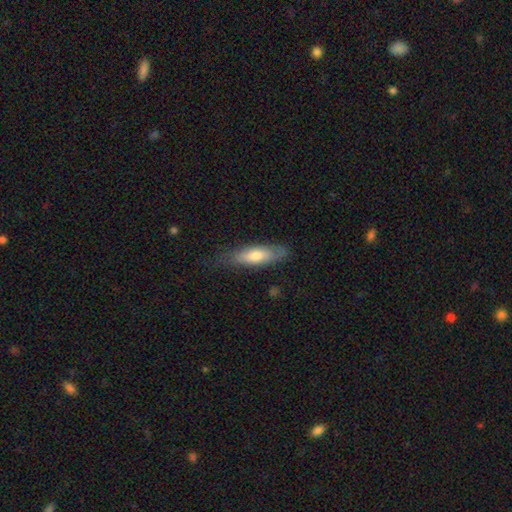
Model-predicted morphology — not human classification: This appears to be a smooth galaxy with no disk features (67%) that is cigar-shaped (52%). Merging: none (71%).